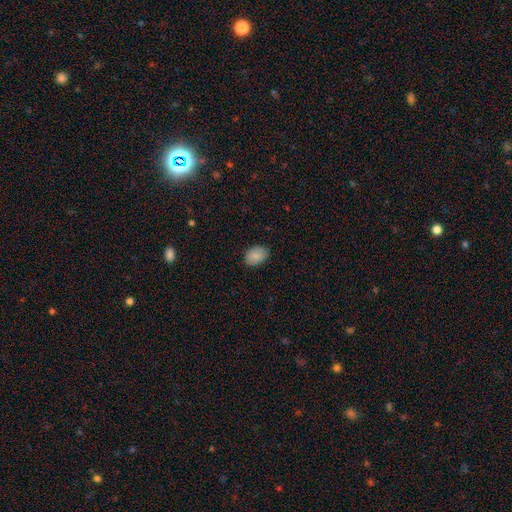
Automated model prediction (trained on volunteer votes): Q: Smooth or featured?
A: smooth (87%); runner-up: star or artifact (7%)
Q: How rounded?
A: in between (83%); runner-up: round (15%)
Q: Merging?
A: none (84%); runner-up: minor disturbance (12%)